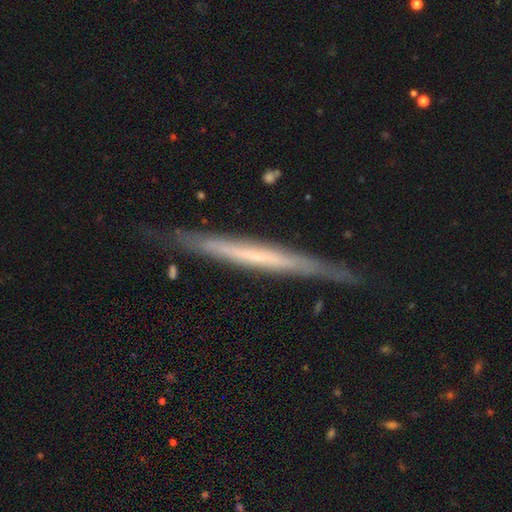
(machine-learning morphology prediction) smooth_or_featured: featured or disk (p=0.64) [alt: smooth p=0.30]
disk_edge_on: yes (p=0.94) [alt: no p=0.06]
edge_on_bulge: none (p=0.83) [alt: rounded p=0.10]
merging: none (p=0.83) [alt: minor disturbance p=0.13]